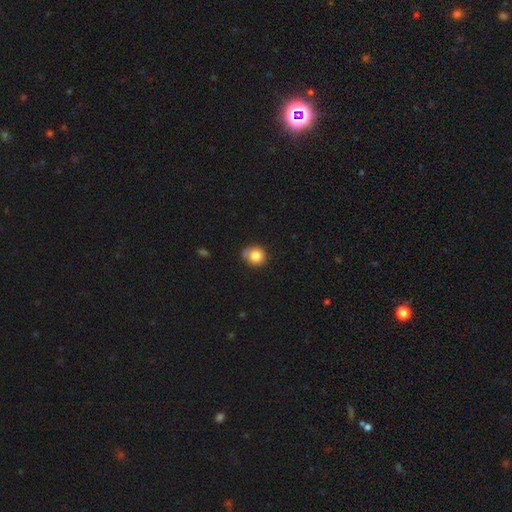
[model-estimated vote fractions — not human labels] A smooth galaxy with no disk features (82%) that is round (84%). Merging: none (64%).